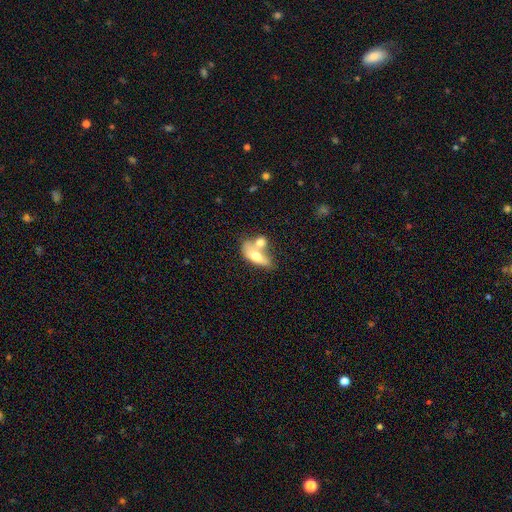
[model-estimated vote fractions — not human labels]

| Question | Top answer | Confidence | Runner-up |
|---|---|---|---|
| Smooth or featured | smooth | 60% | featured or disk (33%) |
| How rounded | in between | 75% | cigar-shaped (15%) |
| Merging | merger | 60% | none (21%) |